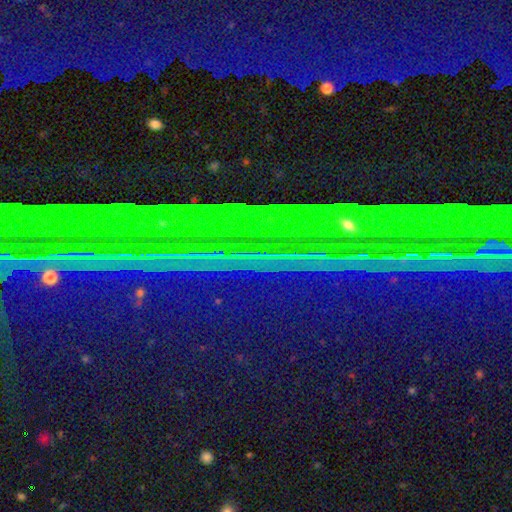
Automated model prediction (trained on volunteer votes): Q: Smooth or featured?
A: star or artifact (88%); runner-up: featured or disk (7%)